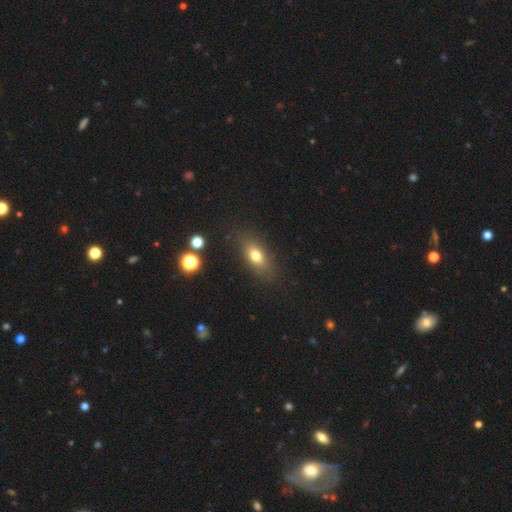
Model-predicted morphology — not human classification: A smooth galaxy with no disk features (74%) that is in between round and cigar-shaped (77%).

Vote fractions:
- Smooth or featured? smooth: 74% / featured or disk: 15% / star or artifact: 11%
- How rounded? in between: 77% / round: 12% / cigar-shaped: 11%
- Merging? none: 83% / minor disturbance: 11% / major disturbance: 4% / merger: 2%